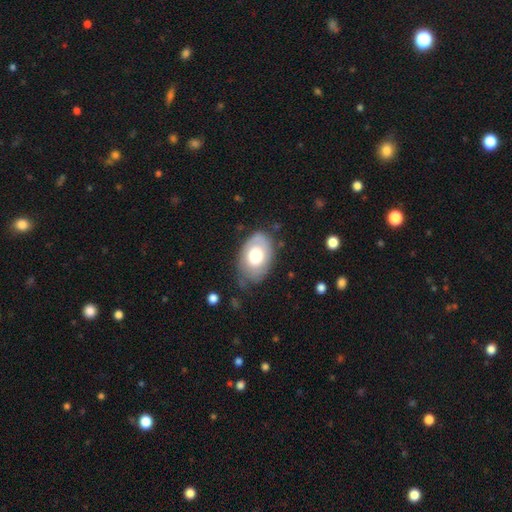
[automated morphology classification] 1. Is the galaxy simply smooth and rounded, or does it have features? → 57% smooth, 37% featured or disk, 6% star or artifact.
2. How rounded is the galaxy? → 86% in between, 13% round, 1% cigar-shaped.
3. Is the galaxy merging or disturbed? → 62% none, 27% minor disturbance, 10% major disturbance, 2% merger.